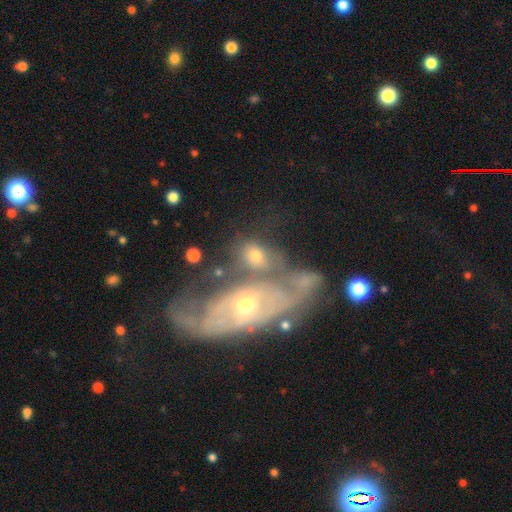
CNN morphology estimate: A featured or disk galaxy (56%). Merging: merger (40%).